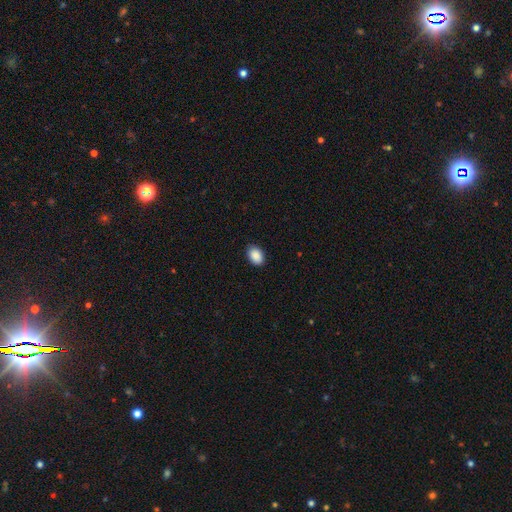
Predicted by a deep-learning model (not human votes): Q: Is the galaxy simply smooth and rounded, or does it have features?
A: smooth — 90%.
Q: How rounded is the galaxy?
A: in between — 83%.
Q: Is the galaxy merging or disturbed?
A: none — 88%.